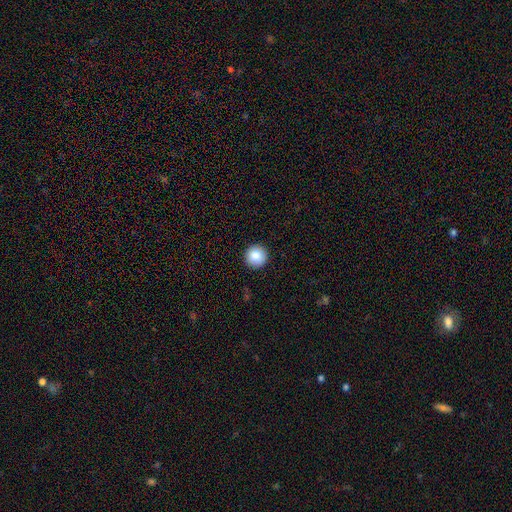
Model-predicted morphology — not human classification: smooth-or-featured: smooth: 86% | star or artifact: 9% | featured or disk: 5%
  how-rounded: round: 96% | in between: 3% | cigar-shaped: 1%
  merging: none: 93% | minor disturbance: 4% | major disturbance: 1% | merger: 1%